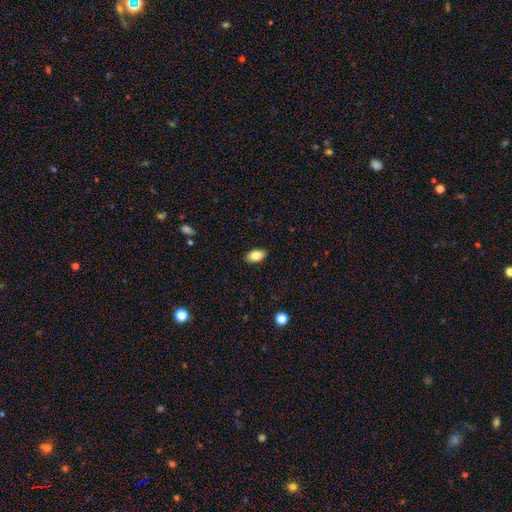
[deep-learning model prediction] Smooth or featured?
  - smooth: 83% *
  - featured or disk: 9%
  - star or artifact: 7%
How rounded?
  - in between: 92% *
  - round: 5%
  - cigar-shaped: 3%
Merging?
  - none: 89% *
  - minor disturbance: 8%
  - major disturbance: 2%
  - merger: 1%